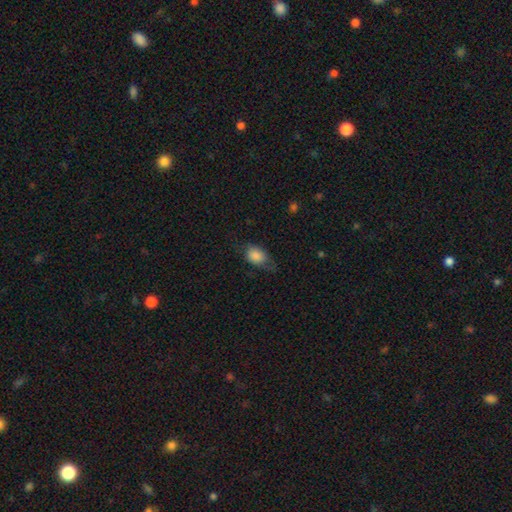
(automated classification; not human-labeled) Q: Smooth or featured?
A: smooth (82%); runner-up: featured or disk (10%)
Q: How rounded?
A: in between (72%); runner-up: round (26%)
Q: Merging?
A: none (54%); runner-up: minor disturbance (30%)